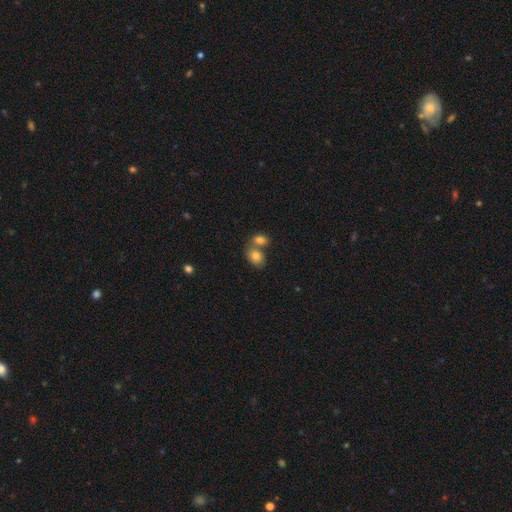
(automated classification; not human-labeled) Overall: smooth (80%). How rounded: in between (71%). Merging: merger (50%; none 39%).